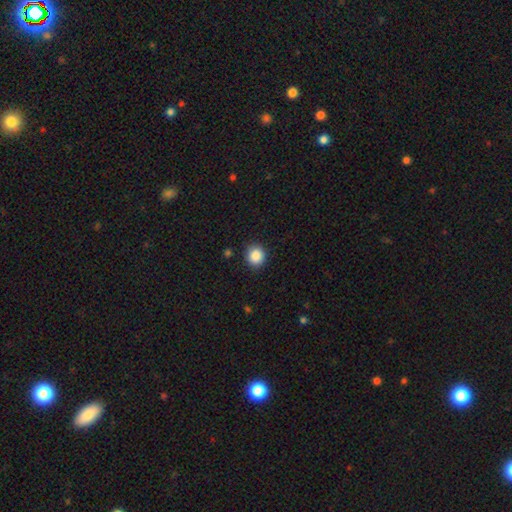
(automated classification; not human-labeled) smooth 87%, star or artifact 9%, featured or disk 3%. Down the decision tree: how rounded — round (88%); merging — none (89%).